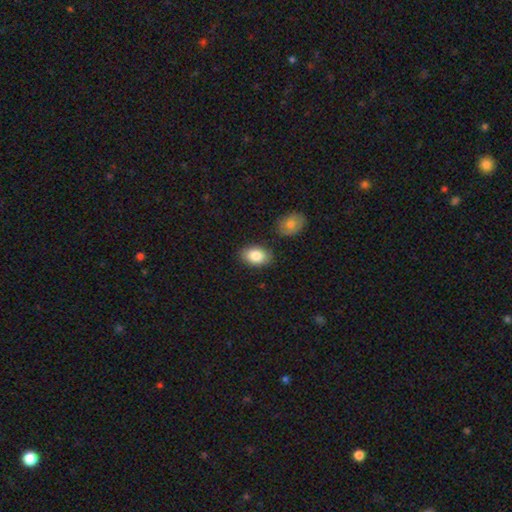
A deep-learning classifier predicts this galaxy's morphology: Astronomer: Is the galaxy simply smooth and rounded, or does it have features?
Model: smooth — 85%.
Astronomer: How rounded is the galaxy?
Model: in between — 87%.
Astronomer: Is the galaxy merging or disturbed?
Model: none — 82%.